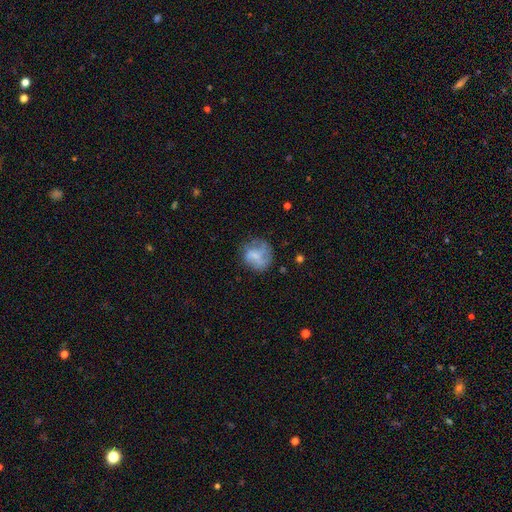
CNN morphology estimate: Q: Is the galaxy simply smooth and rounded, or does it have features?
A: smooth — 55%.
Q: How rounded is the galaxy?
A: round — 78%.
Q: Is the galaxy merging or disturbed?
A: none — 56%.